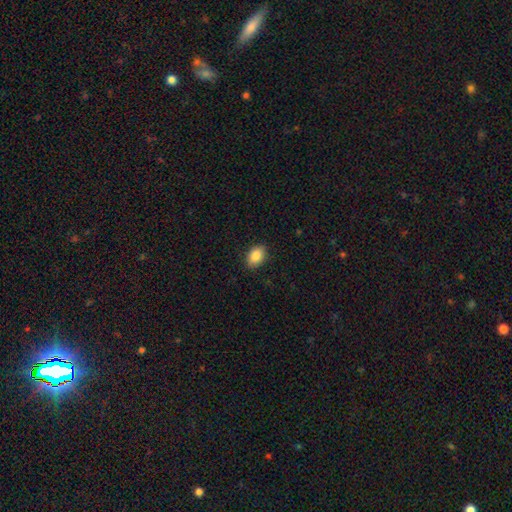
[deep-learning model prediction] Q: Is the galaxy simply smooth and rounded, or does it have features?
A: smooth — 88%.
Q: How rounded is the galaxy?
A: in between — 83%.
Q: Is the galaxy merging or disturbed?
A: none — 88%.